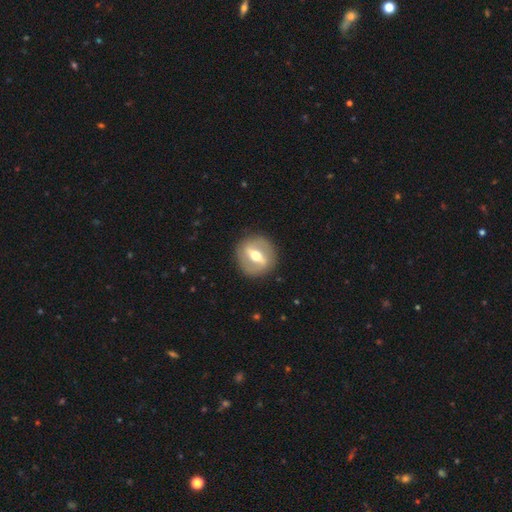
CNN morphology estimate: Smooth or featured?
  - featured or disk: 72% *
  - smooth: 23%
  - star or artifact: 6%
Edge-on disk?
  - no: 79% *
  - yes: 21%
Bar?
  - strong: 70% *
  - weak: 22%
  - no: 8%
Spiral arms?
  - no: 69% *
  - yes: 31%
Bulge size?
  - moderate: 73% *
  - large: 13%
  - small: 11%
  - dominant: 1%
  - none: 1%
Merging?
  - none: 88% *
  - minor disturbance: 8%
  - major disturbance: 3%
  - merger: 1%